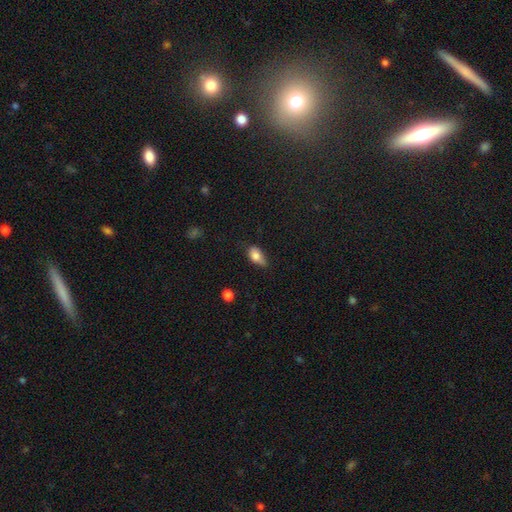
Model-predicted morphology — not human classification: type=smooth (78%); roundness=in between (86%); merging=none (49%).